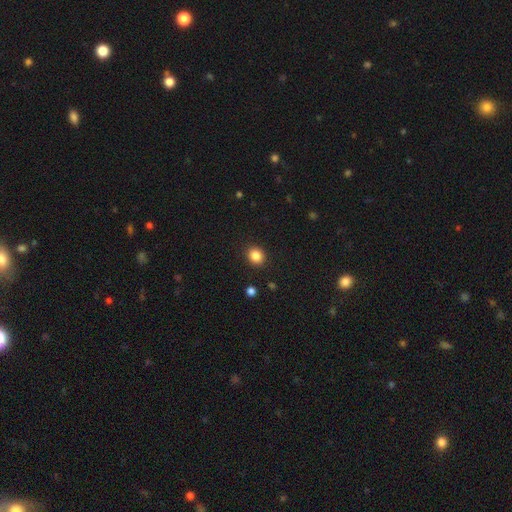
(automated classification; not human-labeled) Overall: smooth (85%). How rounded: round (74%). Merging: none (91%).